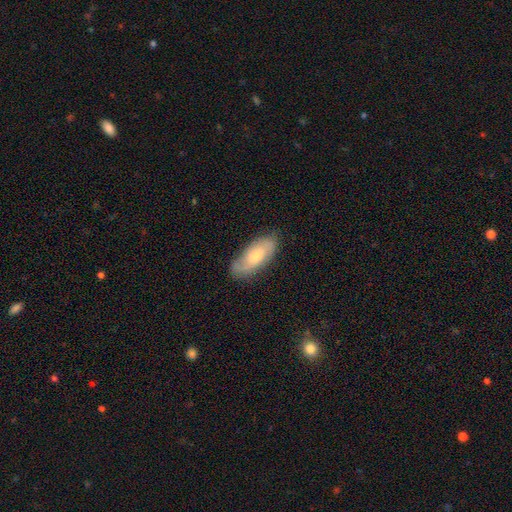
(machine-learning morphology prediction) A smooth galaxy with no disk features (51%) that is in between round and cigar-shaped (82%).

Vote fractions:
- Smooth or featured? smooth: 51% / featured or disk: 42% / star or artifact: 7%
- How rounded? in between: 82% / cigar-shaped: 15% / round: 3%
- Merging? none: 79% / minor disturbance: 17% / major disturbance: 3% / merger: 1%